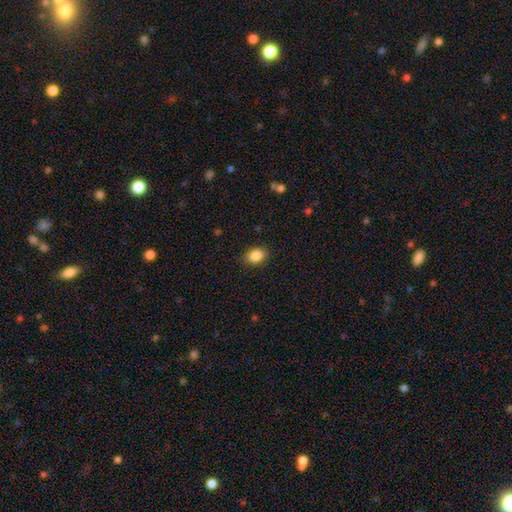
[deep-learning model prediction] Morphology: type=smooth (86%); roundness=in between (69%); merging=none (87%).